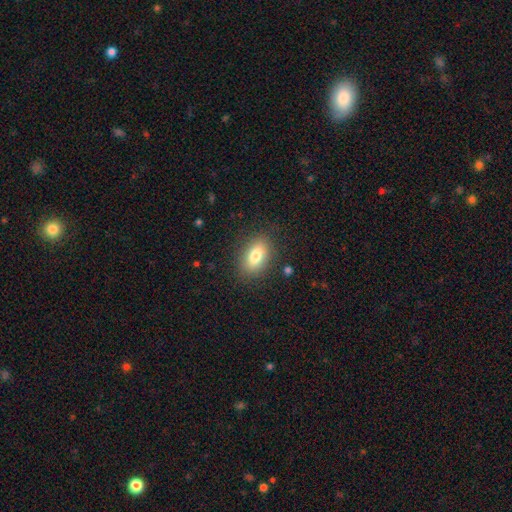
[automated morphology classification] smooth-or-featured: smooth: 79% | featured or disk: 12% | star or artifact: 8%
  how-rounded: in between: 87% | round: 9% | cigar-shaped: 4%
  merging: none: 84% | minor disturbance: 11% | major disturbance: 4% | merger: 1%